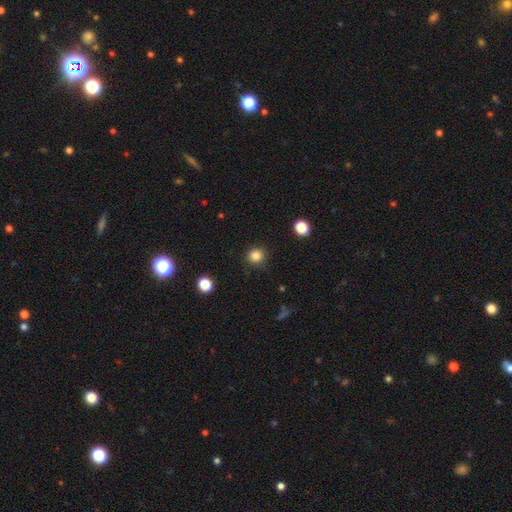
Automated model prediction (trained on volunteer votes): smooth_or_featured: smooth (p=0.85) [alt: star or artifact p=0.12]
how_rounded: round (p=0.91) [alt: in between p=0.08]
merging: none (p=0.90) [alt: minor disturbance p=0.07]